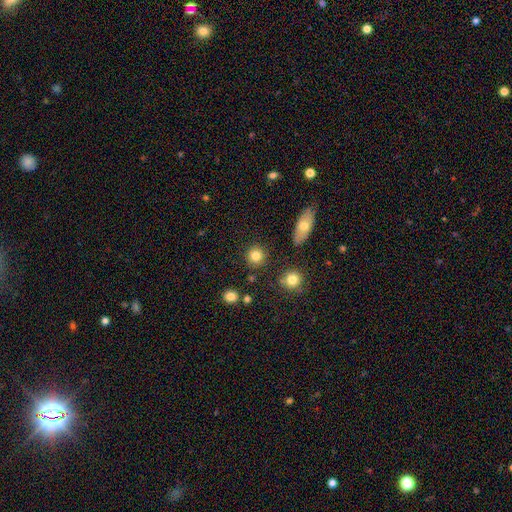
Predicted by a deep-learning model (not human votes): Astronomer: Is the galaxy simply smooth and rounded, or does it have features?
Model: smooth — 83%.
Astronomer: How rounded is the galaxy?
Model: round — 92%.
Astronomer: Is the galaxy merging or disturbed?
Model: none — 88%.